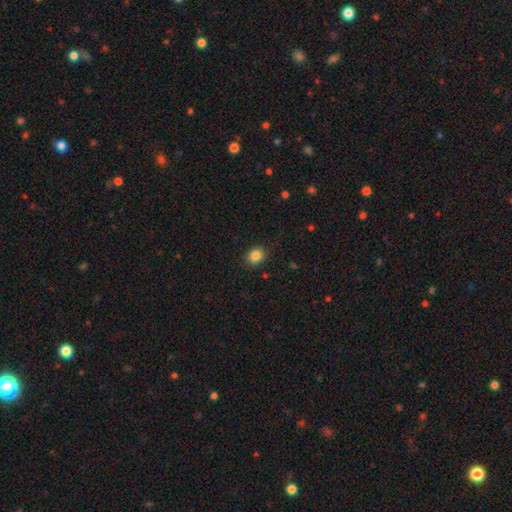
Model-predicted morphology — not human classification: smooth 86%, star or artifact 10%, featured or disk 4%. Down the decision tree: how rounded — round (60%); merging — none (87%).